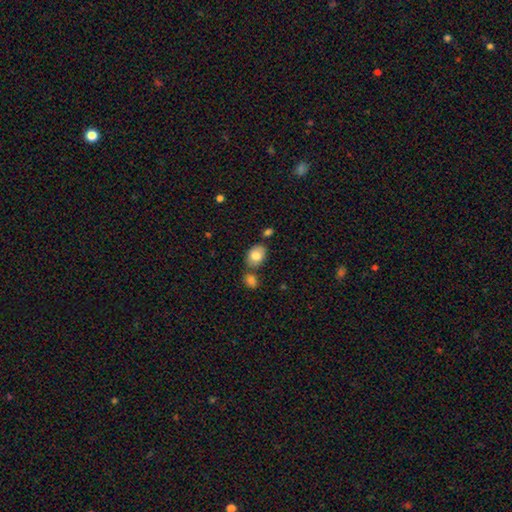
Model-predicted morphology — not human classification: smooth_or_featured: smooth (p=0.81) [alt: featured or disk p=0.12]
how_rounded: in between (p=0.75) [alt: round p=0.24]
merging: none (p=0.68) [alt: merger p=0.15]